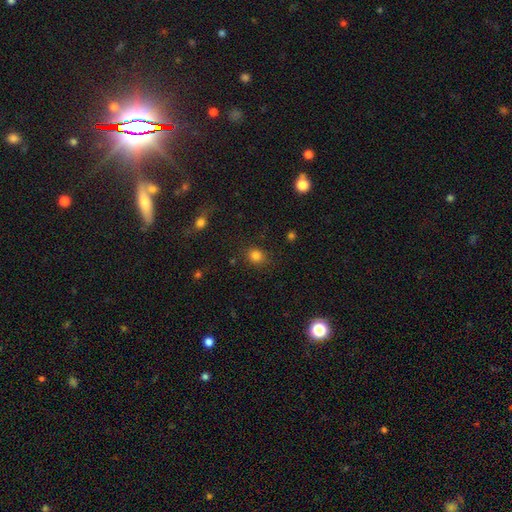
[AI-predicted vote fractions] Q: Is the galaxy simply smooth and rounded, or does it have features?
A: smooth — 82%.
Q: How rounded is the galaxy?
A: round — 75%.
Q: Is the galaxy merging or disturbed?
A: none — 83%.